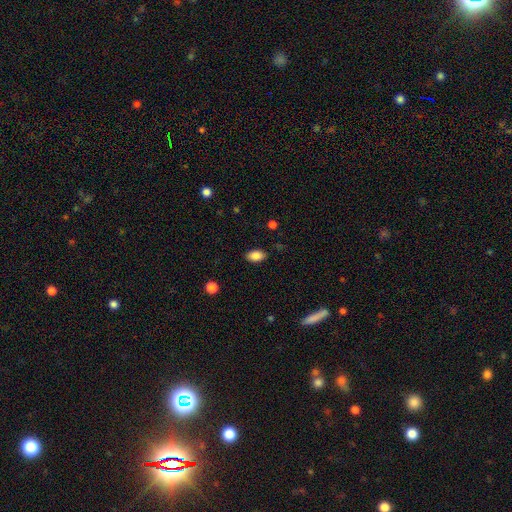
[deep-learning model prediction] Morphology: type=smooth (87%); roundness=in between (90%); merging=none (86%).